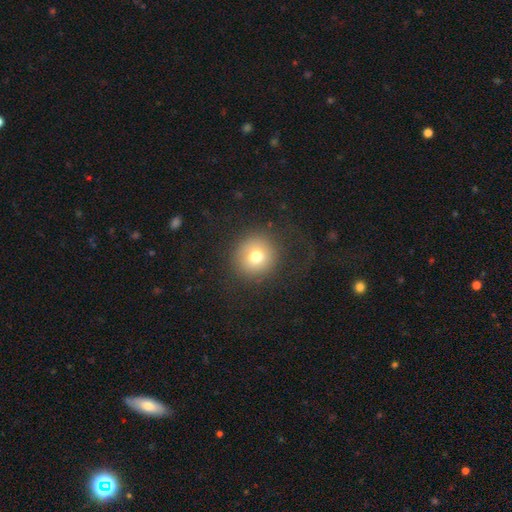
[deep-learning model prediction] Smooth or featured? smooth (72%)
How rounded? round (91%)
Merging? none (75%)